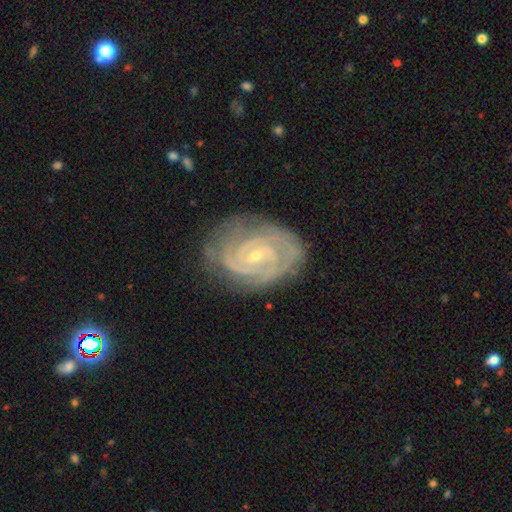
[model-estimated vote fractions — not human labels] This appears to be a featured or disk galaxy (90%) with no bar (56%), 2 (48%) tight (77%) spiral arms (98%) and a small central bulge (76%). Merging: none (74%).